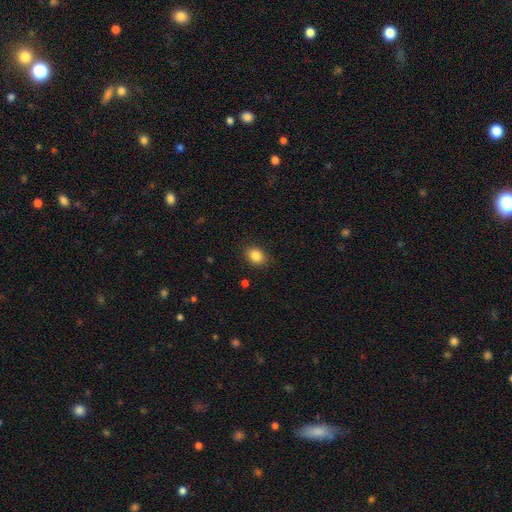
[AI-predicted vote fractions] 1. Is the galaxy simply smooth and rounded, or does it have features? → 86% smooth, 9% star or artifact, 5% featured or disk.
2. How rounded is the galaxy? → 58% in between, 41% round, 1% cigar-shaped.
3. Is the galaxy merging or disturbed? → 87% none, 9% minor disturbance, 2% major disturbance, 1% merger.